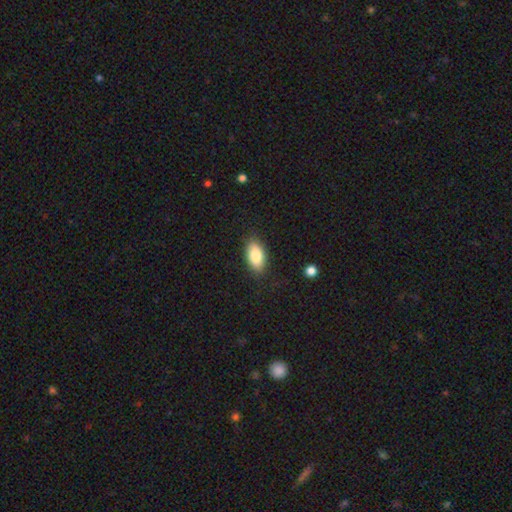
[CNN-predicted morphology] Smooth or featured? smooth (82%)
How rounded? in between (91%)
Merging? none (84%)